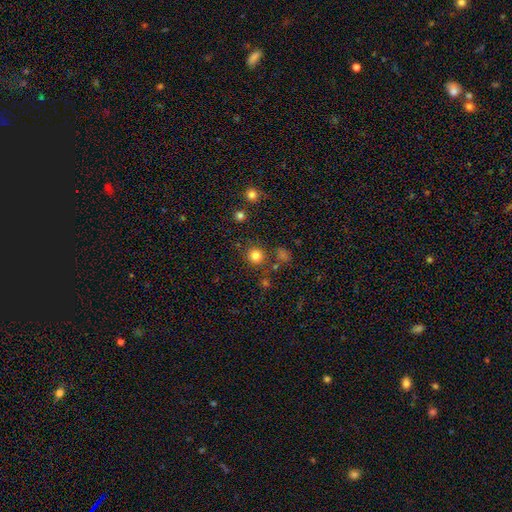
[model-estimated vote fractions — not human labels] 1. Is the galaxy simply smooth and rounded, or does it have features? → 81% smooth, 14% star or artifact, 5% featured or disk.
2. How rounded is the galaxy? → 91% round, 8% in between, 1% cigar-shaped.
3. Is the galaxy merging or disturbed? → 83% none, 8% minor disturbance, 6% merger, 3% major disturbance.